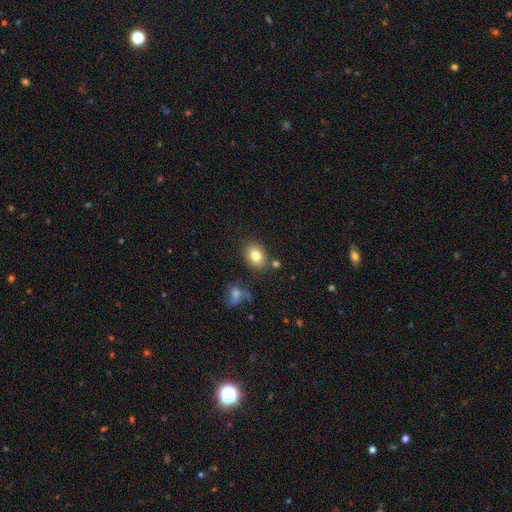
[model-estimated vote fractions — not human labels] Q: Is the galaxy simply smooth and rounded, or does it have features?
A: smooth — 81%.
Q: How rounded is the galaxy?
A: in between — 62%.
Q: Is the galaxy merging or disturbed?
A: none — 79%.